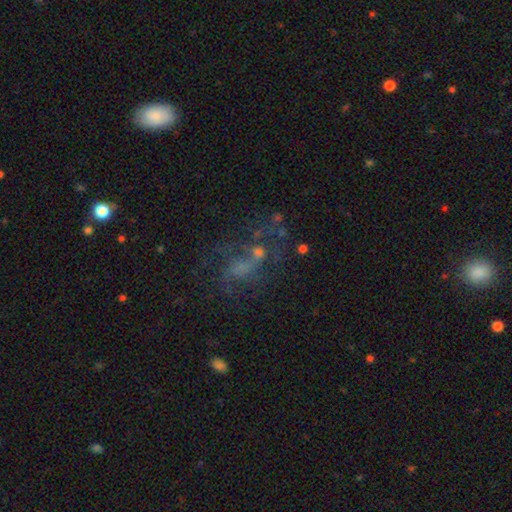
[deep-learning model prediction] Overall: featured or disk (57%; star or artifact 23%). Edge-on disk: no (96%). Bar: no (66%; weak 27%). Spiral arms: yes (58%; no 42%). Bulge size: none (41%; small 31%). Merging: none (44%; major disturbance 29%).